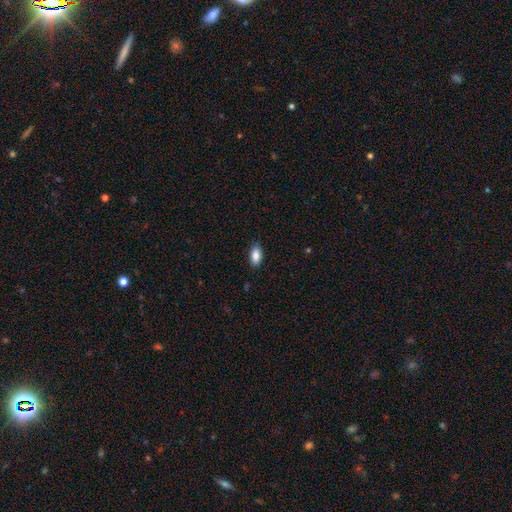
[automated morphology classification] Smooth or featured?
  - smooth: 89% *
  - star or artifact: 7%
  - featured or disk: 5%
How rounded?
  - in between: 92% *
  - cigar-shaped: 5%
  - round: 3%
Merging?
  - none: 87% *
  - minor disturbance: 10%
  - major disturbance: 2%
  - merger: 1%